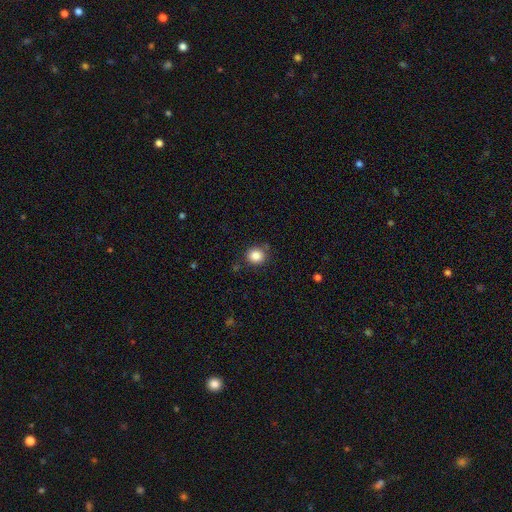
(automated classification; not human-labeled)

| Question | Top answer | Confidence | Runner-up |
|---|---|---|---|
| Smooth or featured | smooth | 85% | star or artifact (10%) |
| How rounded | round | 86% | in between (13%) |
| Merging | none | 83% | minor disturbance (10%) |